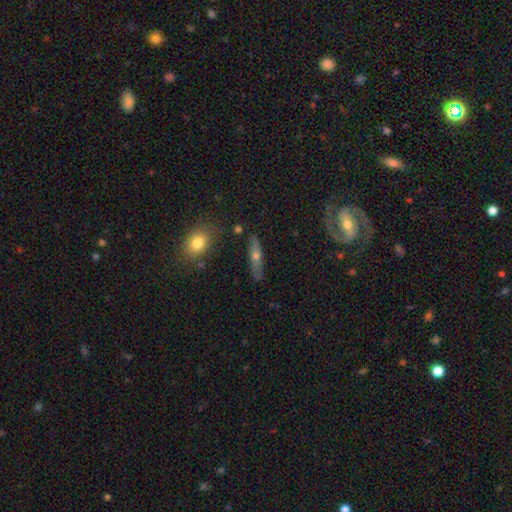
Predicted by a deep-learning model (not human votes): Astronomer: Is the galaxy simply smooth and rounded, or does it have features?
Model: featured or disk — 59%.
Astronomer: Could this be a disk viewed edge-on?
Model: yes — 73%.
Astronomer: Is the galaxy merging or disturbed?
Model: none — 79%.